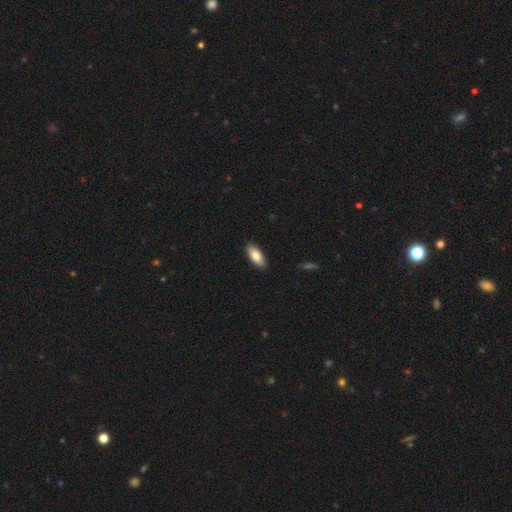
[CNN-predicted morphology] smooth 83%, featured or disk 11%, star or artifact 6%. Down the decision tree: how rounded — in between (84%); merging — none (90%).